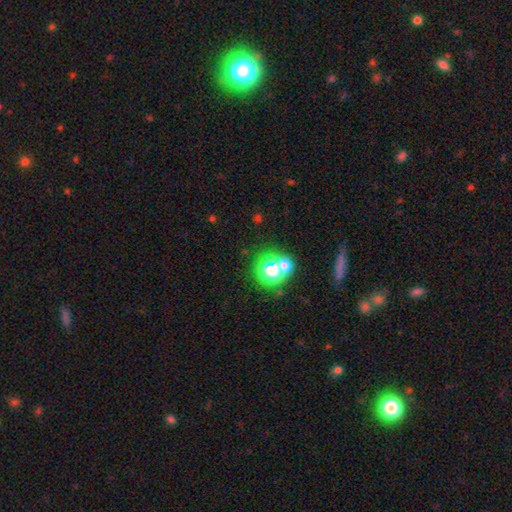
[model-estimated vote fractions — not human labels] This appears to be a star or artifact, not a galaxy (53%).